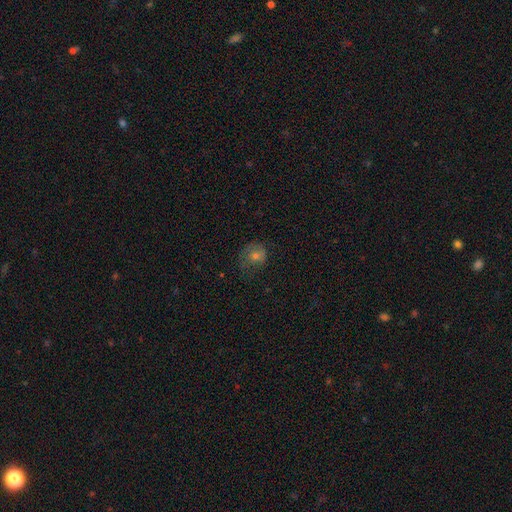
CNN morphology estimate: Overall: smooth (52%; featured or disk 31%). How rounded: round (72%). Merging: none (57%; minor disturbance 24%).